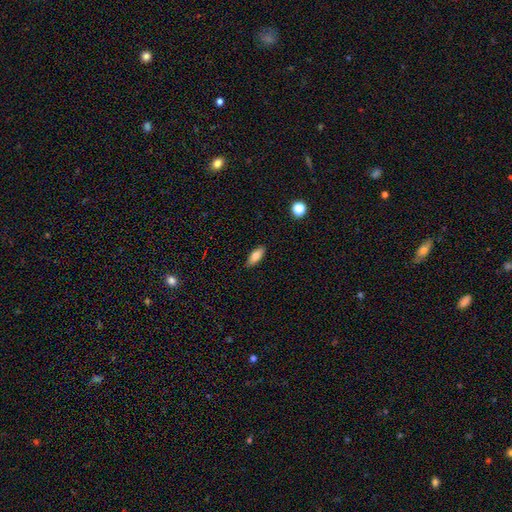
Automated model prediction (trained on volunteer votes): Q: Smooth or featured?
A: smooth (78%); runner-up: featured or disk (15%)
Q: How rounded?
A: in between (81%); runner-up: cigar-shaped (17%)
Q: Merging?
A: none (87%); runner-up: minor disturbance (10%)